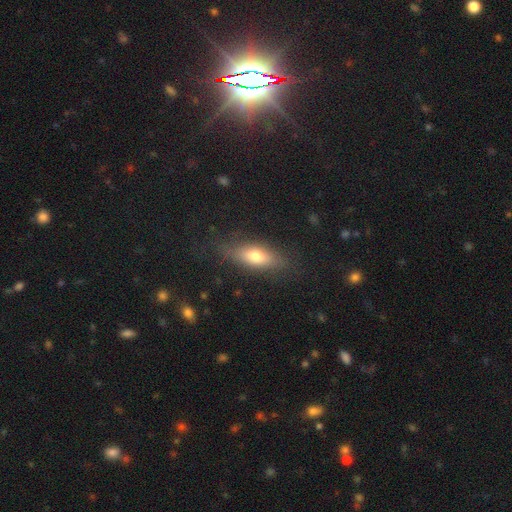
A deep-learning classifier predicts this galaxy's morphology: Q: Smooth or featured?
A: smooth (71%); runner-up: featured or disk (21%)
Q: How rounded?
A: in between (75%); runner-up: cigar-shaped (21%)
Q: Merging?
A: none (77%); runner-up: minor disturbance (16%)